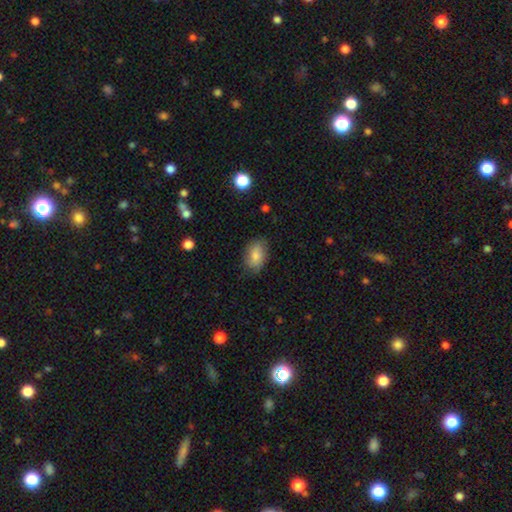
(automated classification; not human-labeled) Smooth or featured? Predicted: smooth (p=0.78). How rounded? Predicted: in between (p=0.86). Merging? Predicted: none (p=0.76).